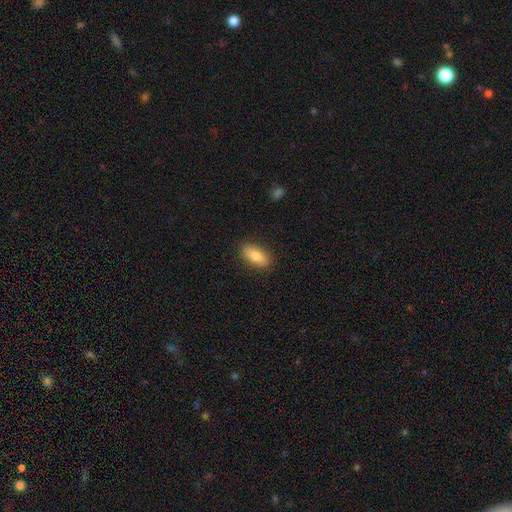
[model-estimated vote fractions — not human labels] Morphology: type=smooth (81%); roundness=in between (83%); merging=none (88%).